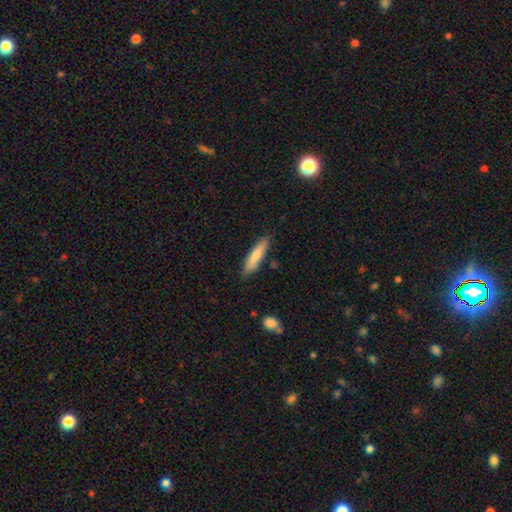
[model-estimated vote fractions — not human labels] Q: Smooth or featured?
A: smooth (77%); runner-up: featured or disk (17%)
Q: How rounded?
A: cigar-shaped (83%); runner-up: in between (16%)
Q: Merging?
A: none (83%); runner-up: minor disturbance (12%)